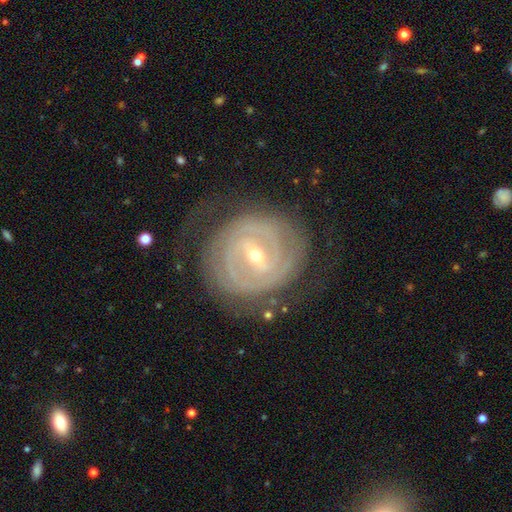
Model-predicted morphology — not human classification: Smooth or featured: featured or disk — 88% (smooth — 7%)
Edge-on disk: no — 97% (yes — 3%)
Bar: weak — 44% (strong — 39%)
Spiral arms: yes — 95% (no — 5%)
Spiral winding: tight — 76% (medium — 19%)
Spiral arm count: 2 — 41% (can't tell — 28%)
Bulge size: small — 69% (moderate — 29%)
Merging: none — 69% (minor disturbance — 18%)